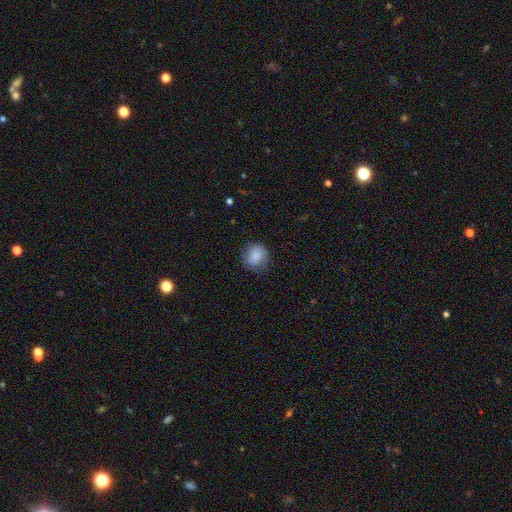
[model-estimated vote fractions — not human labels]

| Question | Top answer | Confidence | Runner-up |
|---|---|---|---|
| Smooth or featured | smooth | 82% | featured or disk (10%) |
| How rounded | round | 83% | in between (16%) |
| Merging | none | 71% | minor disturbance (21%) |